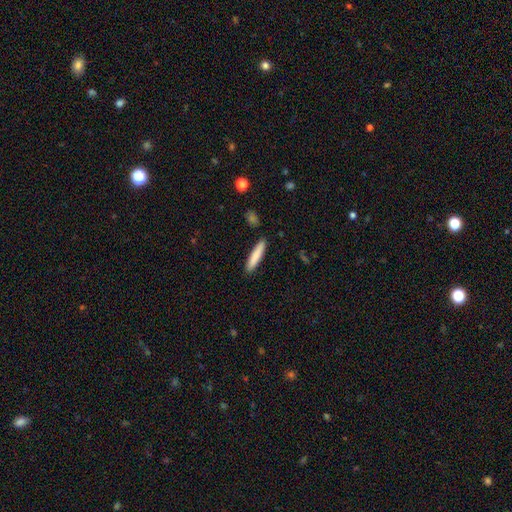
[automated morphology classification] smooth 82%, featured or disk 12%, star or artifact 6%. Down the decision tree: how rounded — cigar-shaped (89%); merging — none (89%).